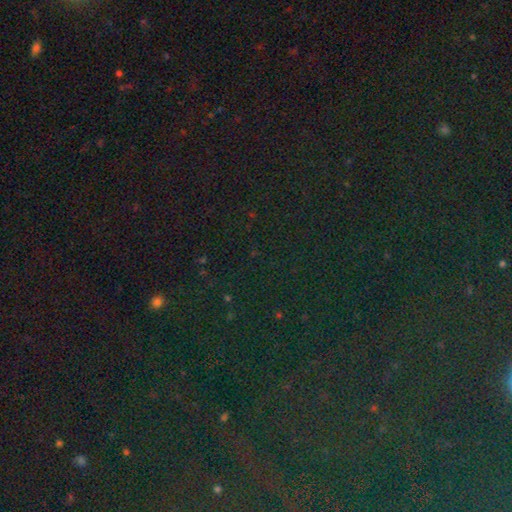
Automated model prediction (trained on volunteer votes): Smooth or featured?
  - star or artifact: 82% *
  - smooth: 11%
  - featured or disk: 7%